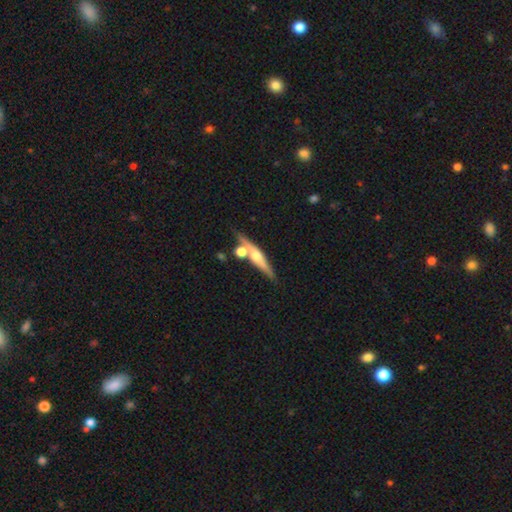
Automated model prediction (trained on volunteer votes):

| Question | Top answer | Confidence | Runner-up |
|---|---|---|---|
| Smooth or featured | featured or disk | 64% | smooth (28%) |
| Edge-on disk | yes | 93% | no (7%) |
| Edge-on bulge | rounded | 89% | none (6%) |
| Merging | none | 68% | merger (17%) |